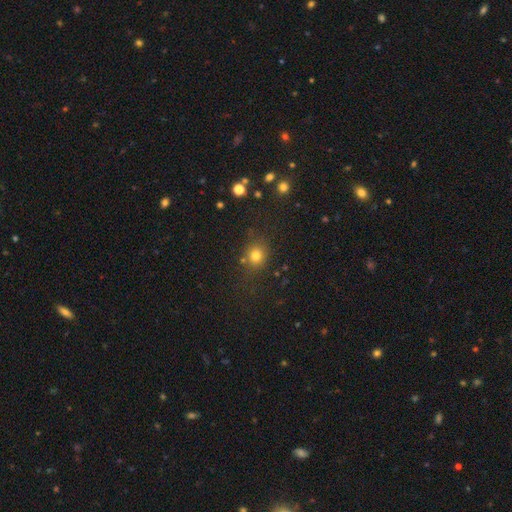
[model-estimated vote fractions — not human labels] Smooth or featured: smooth — 77% (star or artifact — 15%)
How rounded: round — 79% (in between — 19%)
Merging: none — 76% (minor disturbance — 13%)